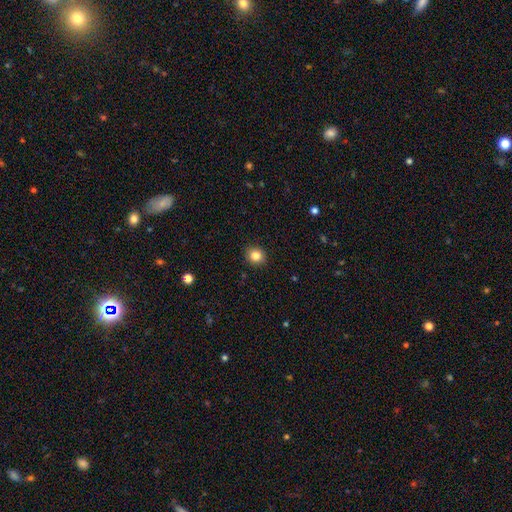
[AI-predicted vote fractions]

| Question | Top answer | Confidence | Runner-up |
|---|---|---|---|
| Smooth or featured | smooth | 84% | star or artifact (11%) |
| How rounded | round | 83% | in between (16%) |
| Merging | none | 91% | minor disturbance (6%) |